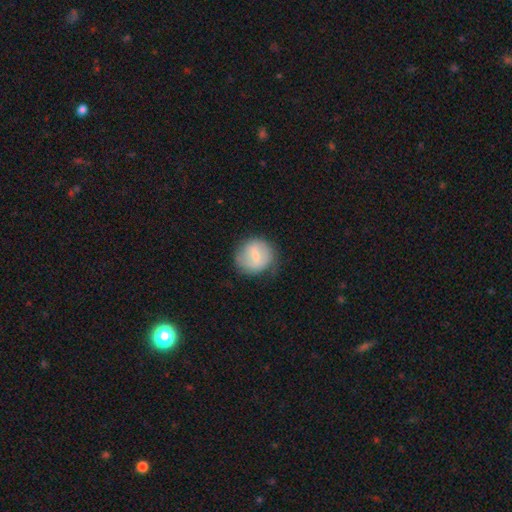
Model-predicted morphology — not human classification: Smooth or featured? smooth (57%)
How rounded? round (86%)
Merging? none (71%)